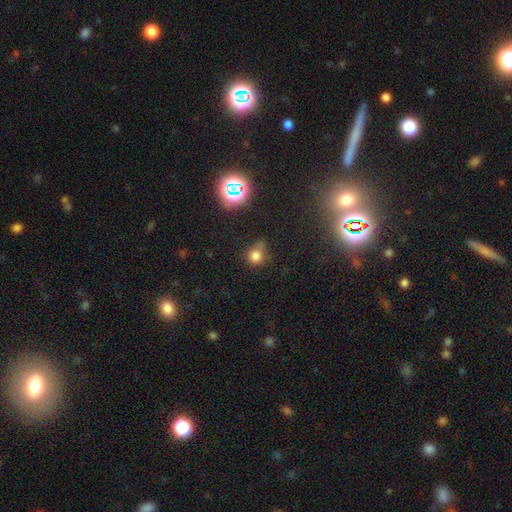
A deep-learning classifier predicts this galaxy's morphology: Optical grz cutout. It shows a smooth galaxy with no disk features (73%) that is round (78%). Merging: none (53%).